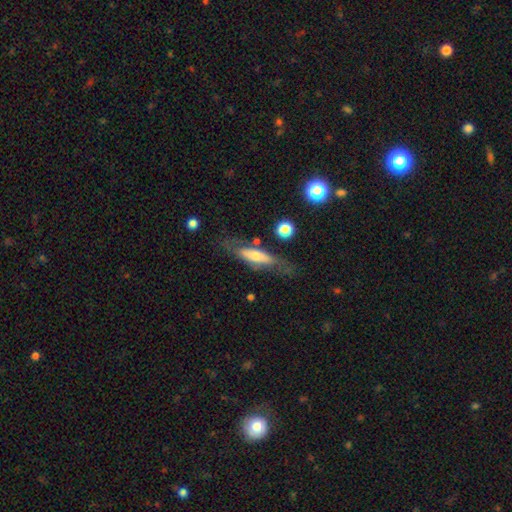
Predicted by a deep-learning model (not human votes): Morphology: type=smooth (48%); merging=none (60%).